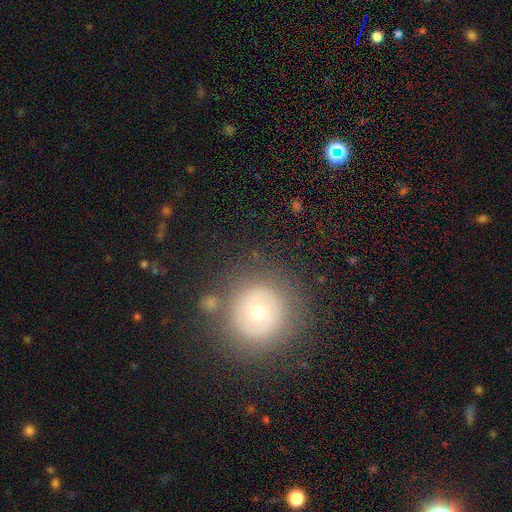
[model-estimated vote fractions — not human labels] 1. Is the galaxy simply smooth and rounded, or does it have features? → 45% smooth, 37% featured or disk, 18% star or artifact.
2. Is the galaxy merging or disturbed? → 83% none, 9% minor disturbance, 5% major disturbance, 2% merger.